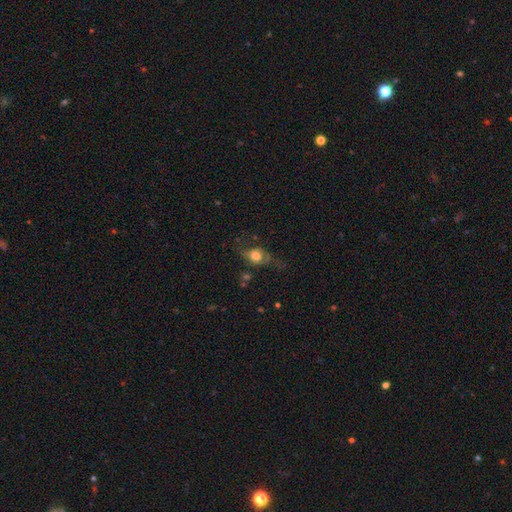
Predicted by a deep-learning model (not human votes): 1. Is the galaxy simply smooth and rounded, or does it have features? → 55% smooth, 35% featured or disk, 10% star or artifact.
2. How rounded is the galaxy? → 58% round, 38% in between, 4% cigar-shaped.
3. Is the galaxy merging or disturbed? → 49% none, 24% major disturbance, 23% minor disturbance, 3% merger.